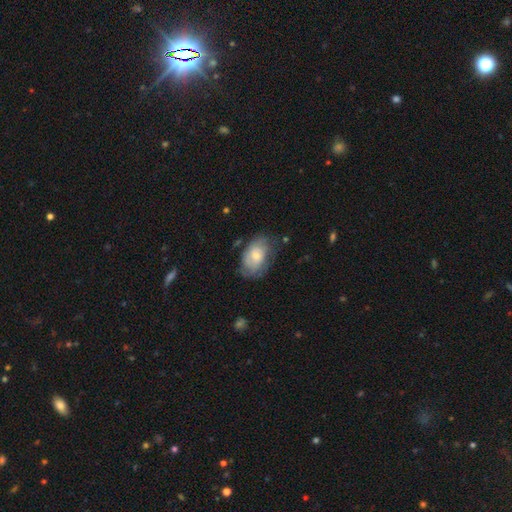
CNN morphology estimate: Overall: smooth (54%; featured or disk 39%). How rounded: in between (86%). Merging: none (60%; minor disturbance 27%).